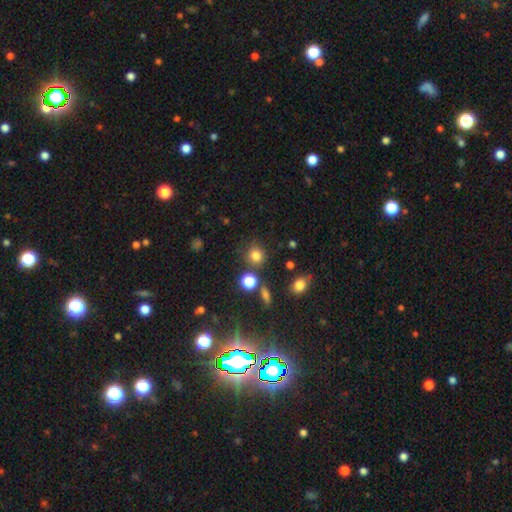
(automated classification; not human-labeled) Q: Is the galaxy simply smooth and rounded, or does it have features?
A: smooth — 79%.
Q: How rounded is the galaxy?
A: round — 86%.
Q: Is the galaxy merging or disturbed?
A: none — 78%.